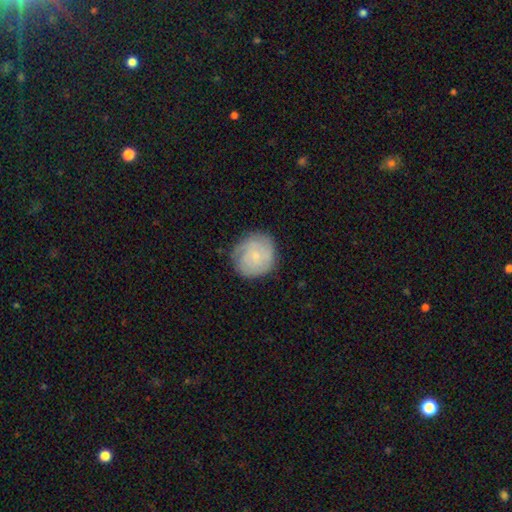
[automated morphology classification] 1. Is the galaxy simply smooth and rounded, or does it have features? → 46% smooth (tied), 46% featured or disk (tied), 7% star or artifact.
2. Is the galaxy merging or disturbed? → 76% none, 18% minor disturbance, 5% major disturbance, 1% merger.